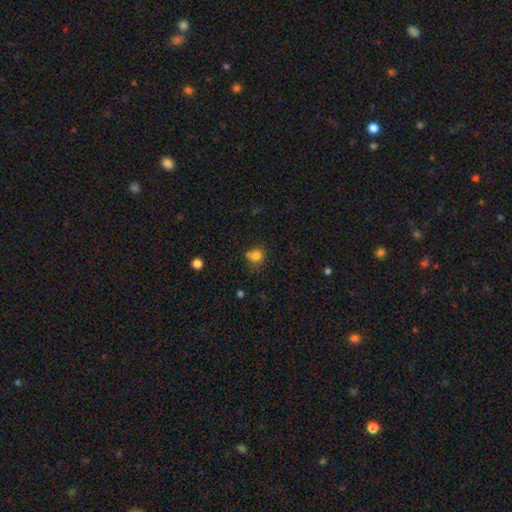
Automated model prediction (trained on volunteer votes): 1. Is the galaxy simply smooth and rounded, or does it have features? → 81% smooth, 13% star or artifact, 6% featured or disk.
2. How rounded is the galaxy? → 82% round, 17% in between, 1% cigar-shaped.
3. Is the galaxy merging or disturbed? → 59% none, 21% minor disturbance, 13% merger, 7% major disturbance.